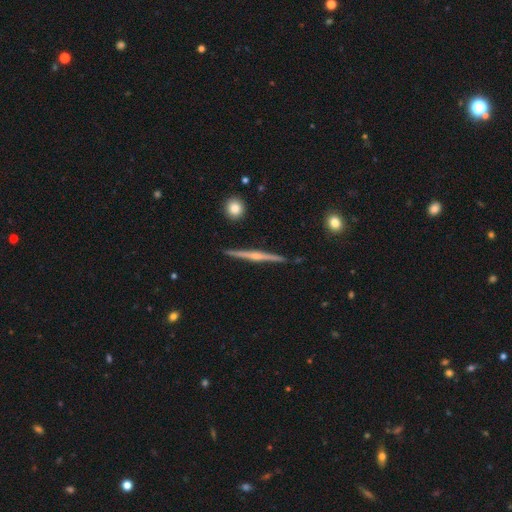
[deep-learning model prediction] featured or disk 70%, smooth 21%, star or artifact 9%. Down the decision tree: edge-on disk — yes (96%); edge-on bulge — rounded (61%); merging — none (86%).